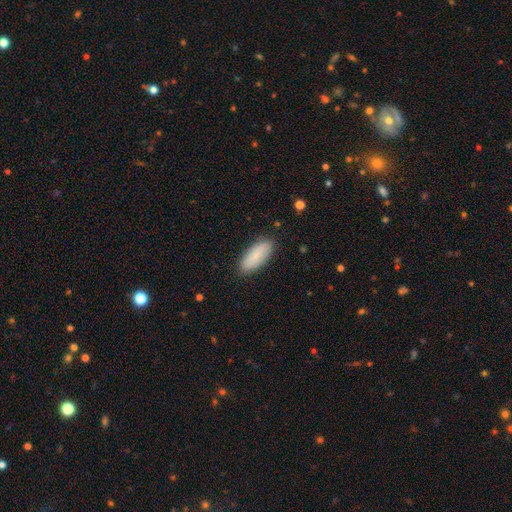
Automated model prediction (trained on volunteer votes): smooth 84%, featured or disk 10%, star or artifact 6%. Down the decision tree: how rounded — in between (78%); merging — none (87%).